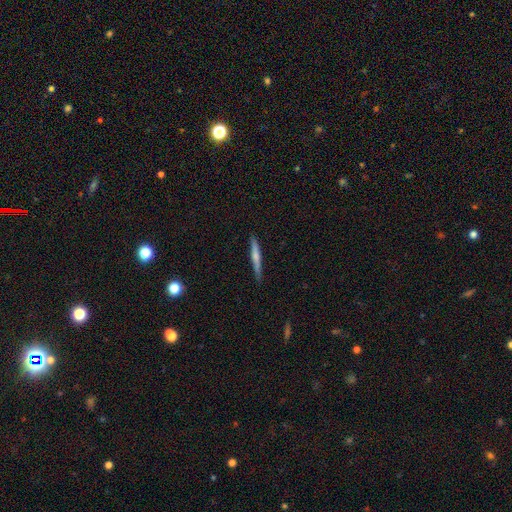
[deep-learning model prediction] Smooth or featured?
  - smooth: 52% *
  - featured or disk: 42%
  - star or artifact: 6%
How rounded?
  - cigar-shaped: 96% *
  - in between: 3%
  - round: 1%
Merging?
  - none: 86% *
  - minor disturbance: 11%
  - major disturbance: 2%
  - merger: 1%